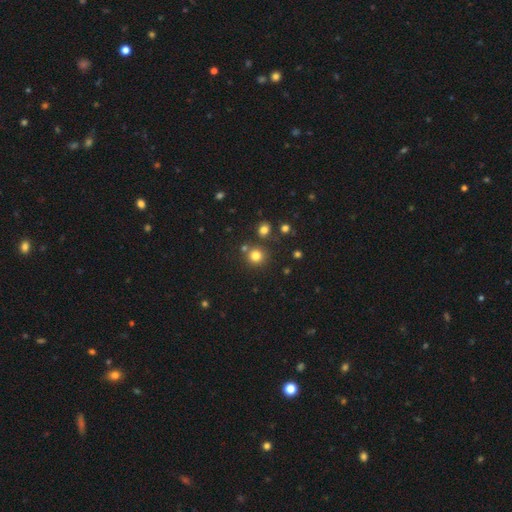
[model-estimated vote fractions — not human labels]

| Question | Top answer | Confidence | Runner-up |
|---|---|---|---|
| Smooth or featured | smooth | 79% | star or artifact (15%) |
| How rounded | round | 93% | in between (7%) |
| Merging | none | 79% | merger (11%) |